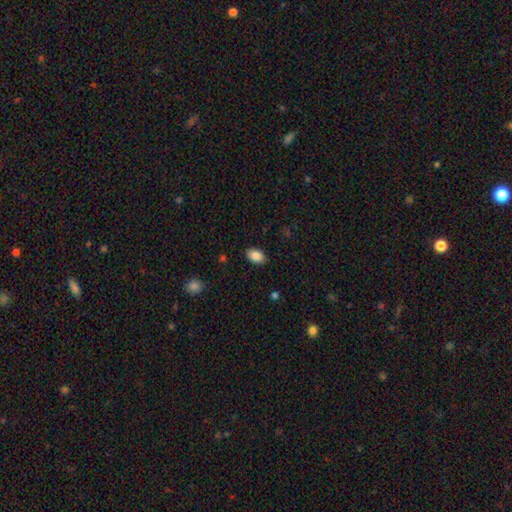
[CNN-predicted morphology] A smooth galaxy with no disk features (87%) that is in between round and cigar-shaped (88%).

Vote fractions:
- Smooth or featured? smooth: 87% / star or artifact: 8% / featured or disk: 5%
- How rounded? in between: 88% / round: 11% / cigar-shaped: 1%
- Merging? none: 88% / minor disturbance: 9% / major disturbance: 2% / merger: 1%